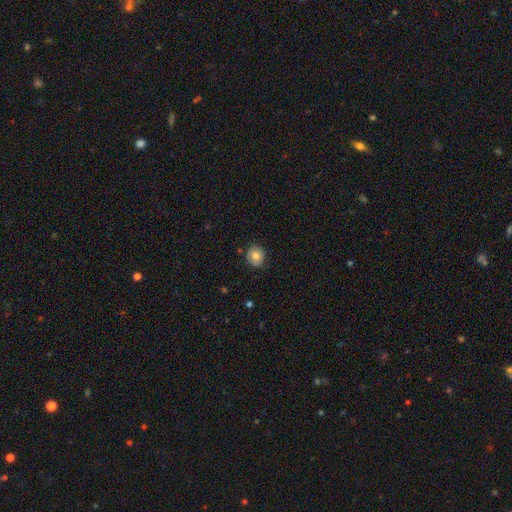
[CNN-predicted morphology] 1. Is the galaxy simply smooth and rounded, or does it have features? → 75% smooth, 16% featured or disk, 9% star or artifact.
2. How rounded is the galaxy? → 85% round, 14% in between, 1% cigar-shaped.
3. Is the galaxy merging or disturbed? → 82% none, 14% minor disturbance, 3% major disturbance, 2% merger.